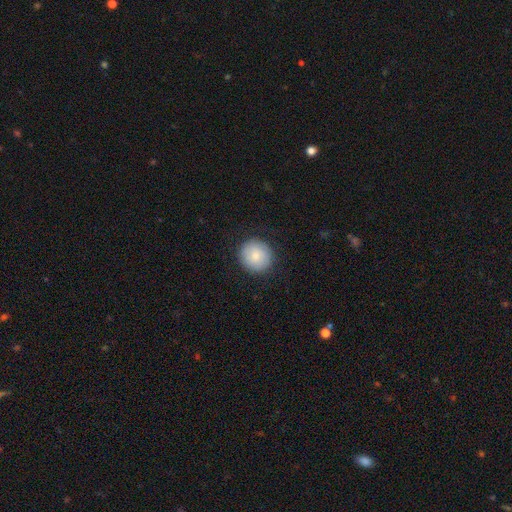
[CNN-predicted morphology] Q: Smooth or featured?
A: smooth (82%); runner-up: featured or disk (12%)
Q: How rounded?
A: round (92%); runner-up: in between (7%)
Q: Merging?
A: none (87%); runner-up: minor disturbance (9%)